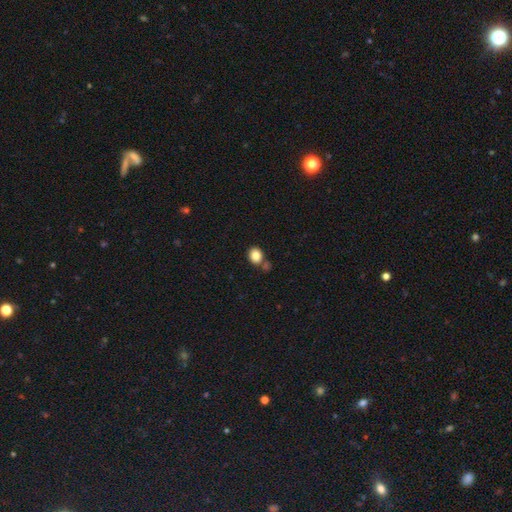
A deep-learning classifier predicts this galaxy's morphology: Smooth or featured: smooth — 85% (star or artifact — 10%)
How rounded: round — 62% (in between — 37%)
Merging: none — 68% (merger — 16%)